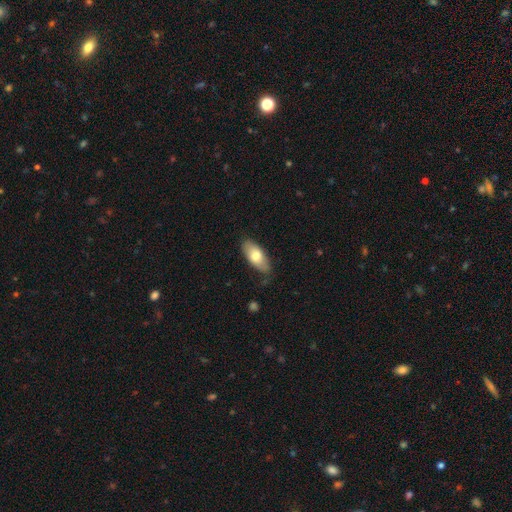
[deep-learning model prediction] Smooth or featured?
  - smooth: 73% *
  - featured or disk: 21%
  - star or artifact: 6%
How rounded?
  - in between: 86% *
  - cigar-shaped: 12%
  - round: 2%
Merging?
  - none: 77% *
  - minor disturbance: 18%
  - major disturbance: 3%
  - merger: 1%